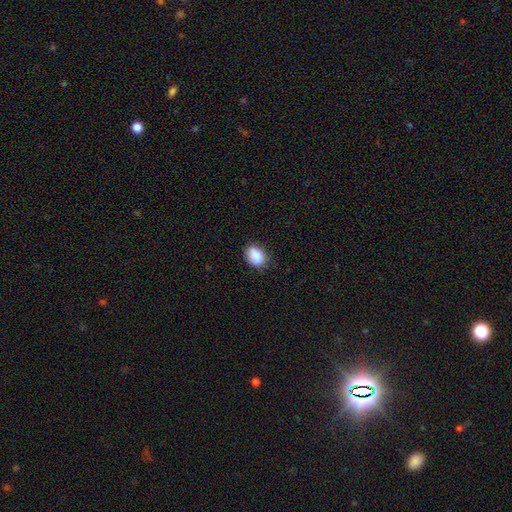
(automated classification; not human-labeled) Smooth or featured? Predicted: smooth (p=0.89). How rounded? Predicted: in between (p=0.78). Merging? Predicted: none (p=0.82).